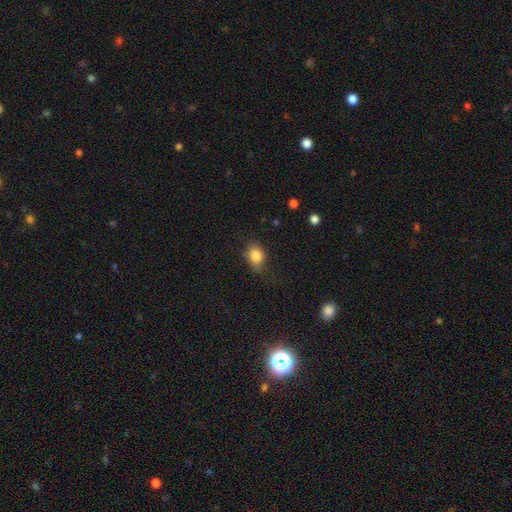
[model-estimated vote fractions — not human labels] smooth_or_featured: smooth (p=0.83) [alt: star or artifact p=0.09]
how_rounded: in between (p=0.61) [alt: round p=0.37]
merging: none (p=0.62) [alt: minor disturbance p=0.27]